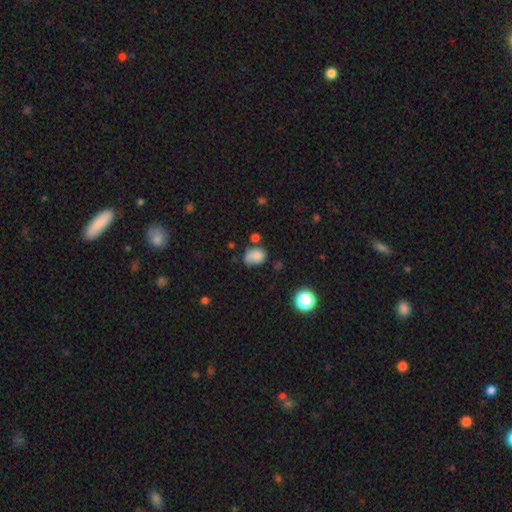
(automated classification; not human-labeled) A smooth galaxy with no disk features (72%) that is in between round and cigar-shaped (55%).

Vote fractions:
- Smooth or featured? smooth: 72% / featured or disk: 16% / star or artifact: 11%
- How rounded? in between: 55% / round: 44% / cigar-shaped: 1%
- Merging? none: 39% / minor disturbance: 31% / major disturbance: 19% / merger: 11%